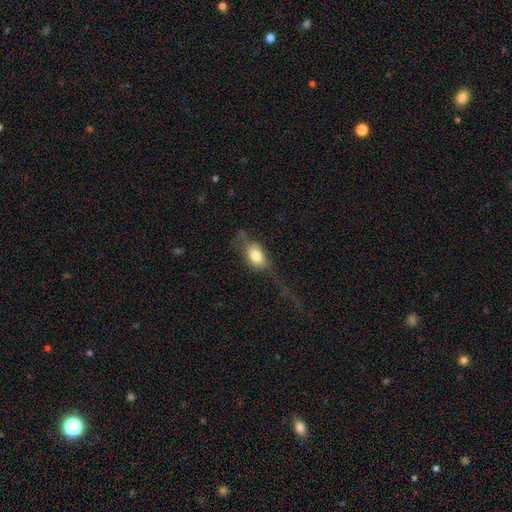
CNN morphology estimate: smooth 70%, featured or disk 22%, star or artifact 8%. Down the decision tree: how rounded — in between (82%); merging — major disturbance (46%).